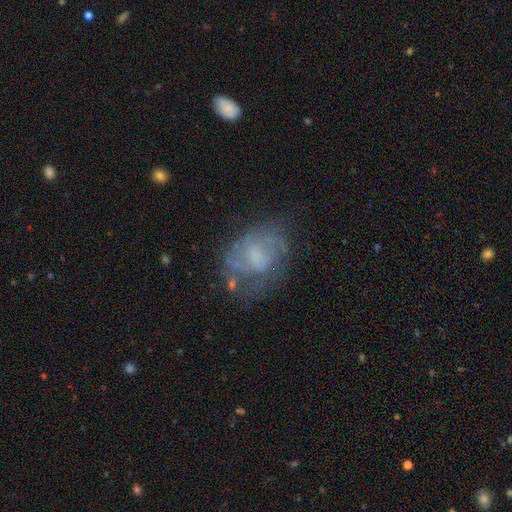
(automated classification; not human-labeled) A featured or disk galaxy (61%) with no bar (61%), spiral arms (66%) and a small central bulge (33%).

Vote fractions:
- Smooth or featured? featured or disk: 61% / smooth: 28% / star or artifact: 10%
- Edge-on disk? no: 97% / yes: 3%
- Bar? no: 61% / weak: 34% / strong: 5%
- Spiral arms? yes: 66% / no: 34%
- Bulge size? small: 33% / none: 31% / moderate: 28% / large: 5% / dominant: 1%
- Merging? none: 55% / minor disturbance: 23% / major disturbance: 18% / merger: 4%